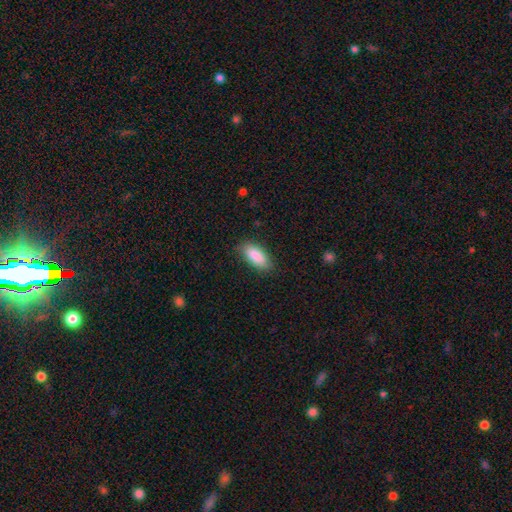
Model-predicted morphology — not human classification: smooth_or_featured: smooth (p=0.88) [alt: star or artifact p=0.06]
how_rounded: in between (p=0.85) [alt: cigar-shaped p=0.13]
merging: none (p=0.82) [alt: minor disturbance p=0.14]